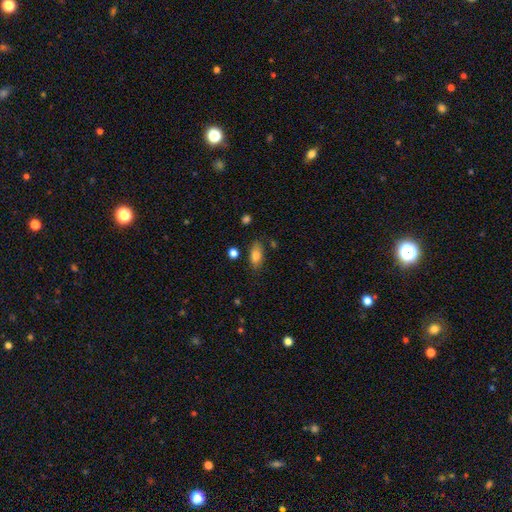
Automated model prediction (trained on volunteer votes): A smooth galaxy with no disk features (80%) that is in between round and cigar-shaped (84%).

Vote fractions:
- Smooth or featured? smooth: 80% / featured or disk: 12% / star or artifact: 8%
- How rounded? in between: 84% / cigar-shaped: 10% / round: 6%
- Merging? none: 77% / minor disturbance: 15% / major disturbance: 4% / merger: 4%